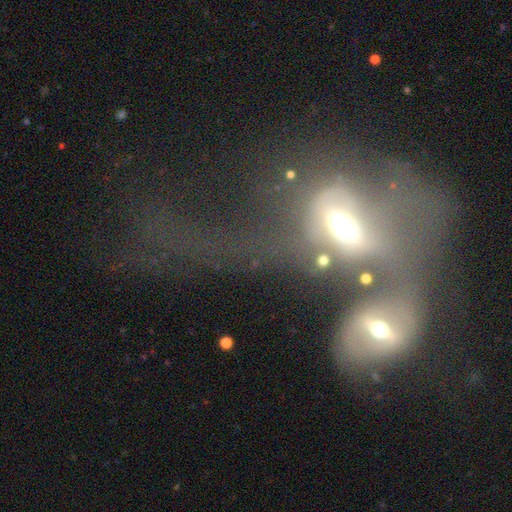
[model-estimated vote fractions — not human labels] Q: Smooth or featured?
A: featured or disk (52%); runner-up: smooth (34%)
Q: Edge-on disk?
A: no (87%); runner-up: yes (13%)
Q: Merging?
A: merger (61%); runner-up: major disturbance (25%)